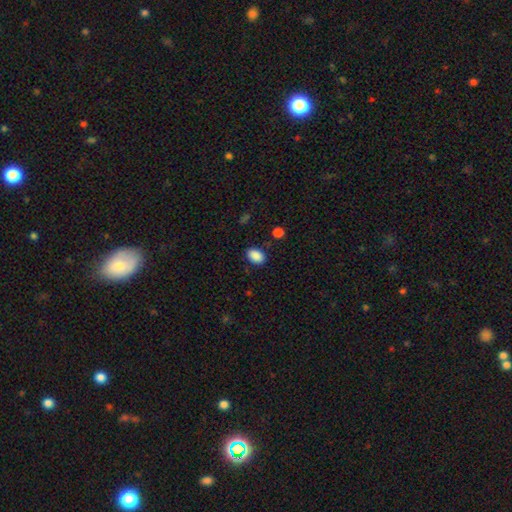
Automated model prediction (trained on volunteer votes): Overall: smooth (88%). How rounded: in between (83%). Merging: none (83%).